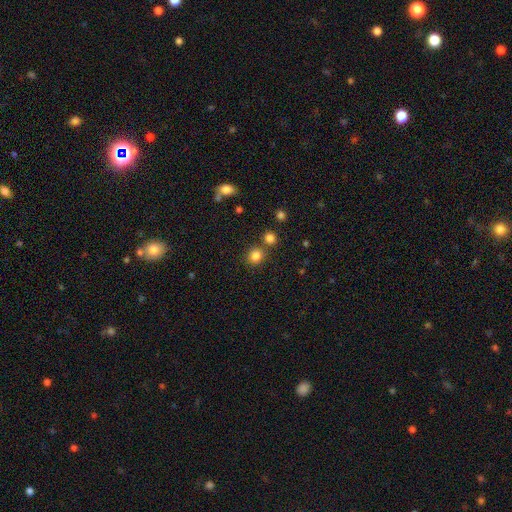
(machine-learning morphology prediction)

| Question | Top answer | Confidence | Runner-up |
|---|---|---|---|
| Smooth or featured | smooth | 83% | star or artifact (12%) |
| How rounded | round | 84% | in between (15%) |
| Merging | none | 75% | merger (14%) |